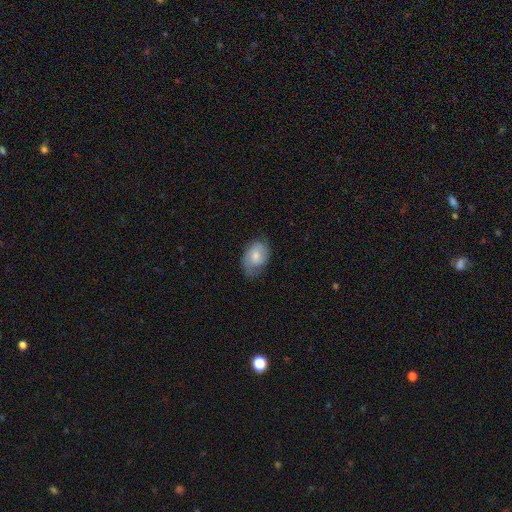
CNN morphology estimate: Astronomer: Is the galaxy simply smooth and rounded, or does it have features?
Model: smooth — 58% (runner-up: featured or disk, 35%).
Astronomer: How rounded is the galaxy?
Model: in between — 82%.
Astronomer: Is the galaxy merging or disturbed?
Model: none — 56%.